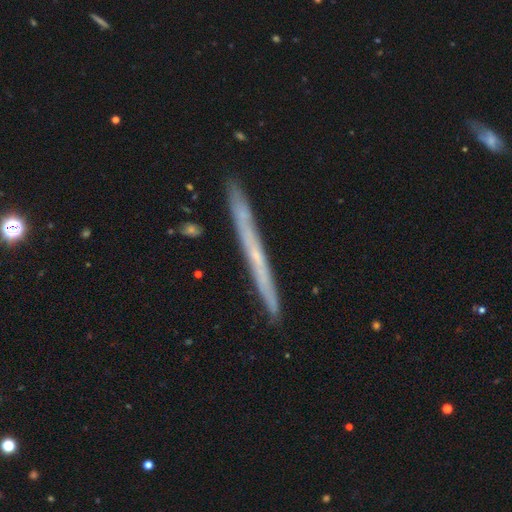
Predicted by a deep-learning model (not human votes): A featured or disk galaxy (63%) viewed edge-on (96%) with no central bulge (83%). Merging: none (88%).